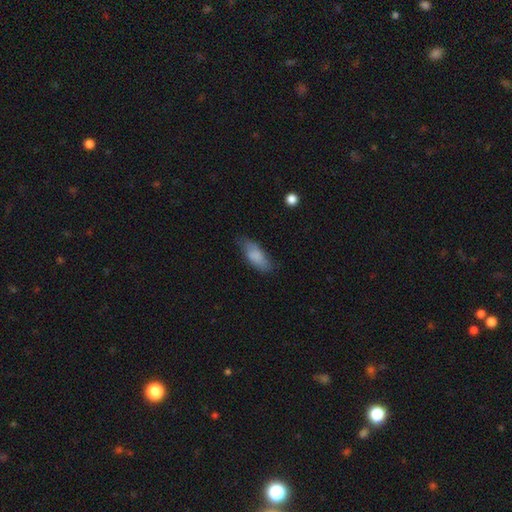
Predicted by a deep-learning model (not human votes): Smooth or featured? smooth (83%)
How rounded? in between (78%)
Merging? none (69%)